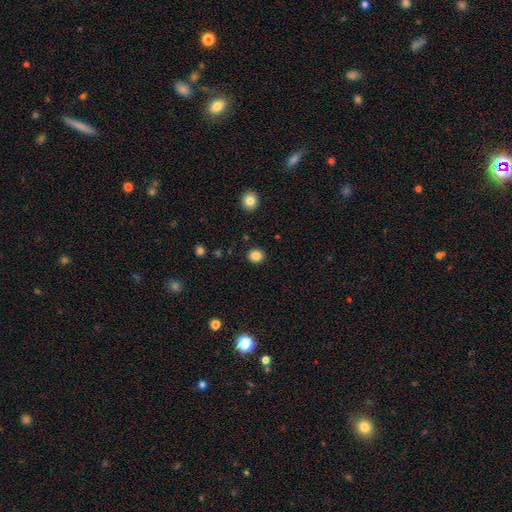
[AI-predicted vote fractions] Smooth or featured?
  - smooth: 84% *
  - star or artifact: 11%
  - featured or disk: 5%
How rounded?
  - round: 82% *
  - in between: 17%
  - cigar-shaped: 1%
Merging?
  - none: 90% *
  - minor disturbance: 6%
  - major disturbance: 2%
  - merger: 1%